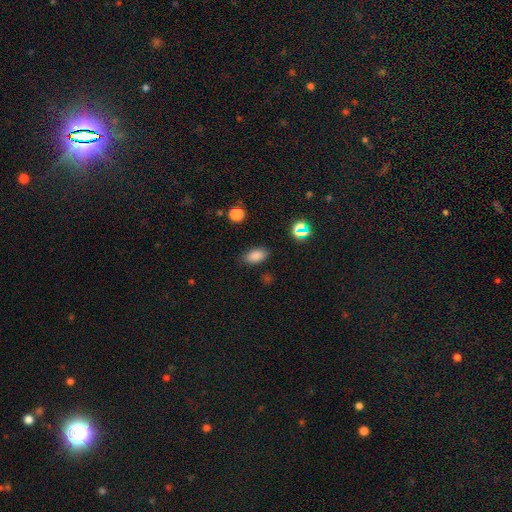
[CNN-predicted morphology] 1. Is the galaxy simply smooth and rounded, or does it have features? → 82% smooth, 13% star or artifact, 5% featured or disk.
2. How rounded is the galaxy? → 89% in between, 8% round, 3% cigar-shaped.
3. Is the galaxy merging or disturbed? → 84% none, 11% minor disturbance, 3% major disturbance, 2% merger.